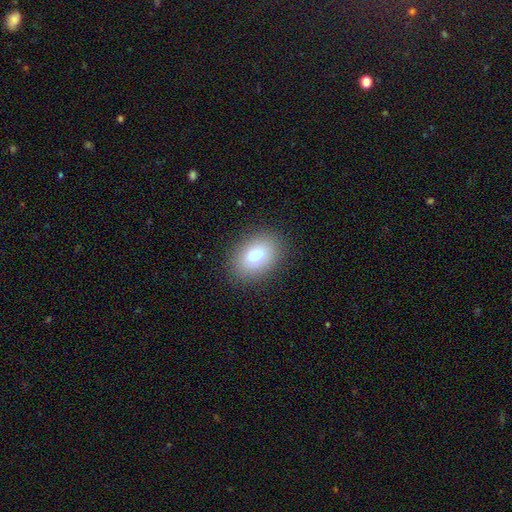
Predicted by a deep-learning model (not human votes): Smooth or featured?
  - smooth: 81% *
  - featured or disk: 10%
  - star or artifact: 9%
How rounded?
  - in between: 86% *
  - round: 13%
  - cigar-shaped: 1%
Merging?
  - none: 85% *
  - minor disturbance: 10%
  - major disturbance: 4%
  - merger: 1%